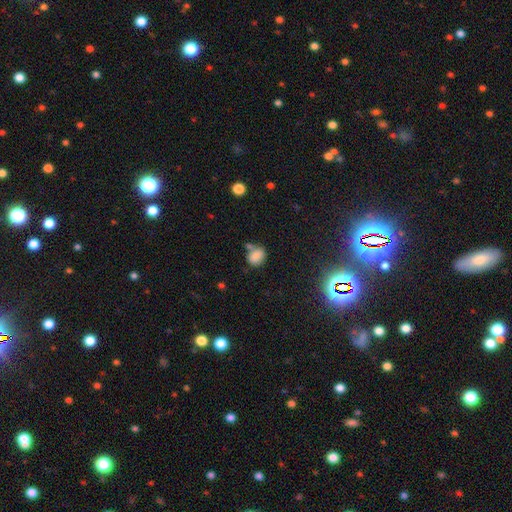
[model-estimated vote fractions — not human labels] The model was most divided on "how rounded": in between: 53%, round: 46%, cigar-shaped: 1%. More confident: smooth or featured — smooth (81%); merging — none (50%).